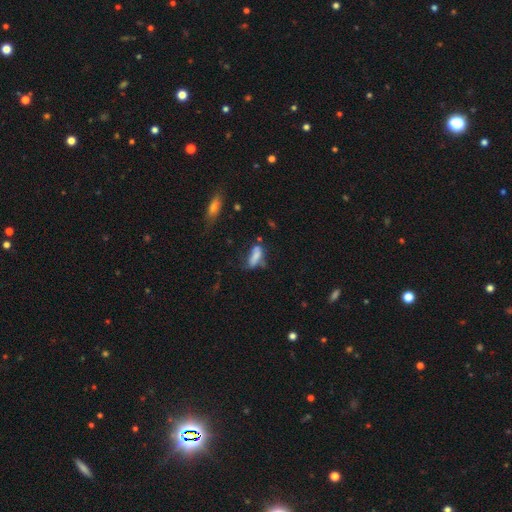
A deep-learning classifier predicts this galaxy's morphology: This appears to be a smooth galaxy with no disk features (70%) that is in between round and cigar-shaped (64%). Merging: none (37%).